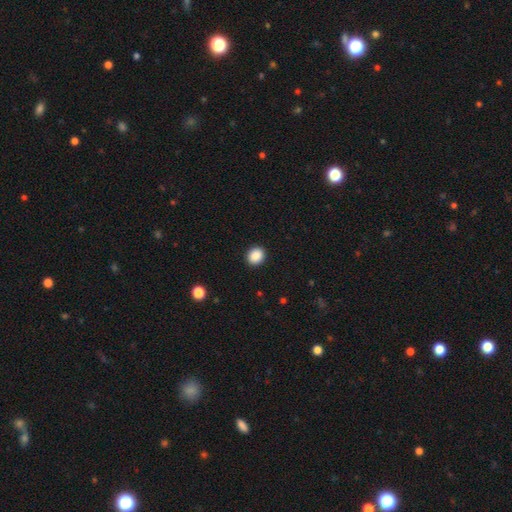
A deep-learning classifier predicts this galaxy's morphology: Smooth or featured?
  - smooth: 89% *
  - star or artifact: 9%
  - featured or disk: 3%
How rounded?
  - round: 73% *
  - in between: 27%
  - cigar-shaped: 1%
Merging?
  - none: 91% *
  - minor disturbance: 6%
  - major disturbance: 2%
  - merger: 1%